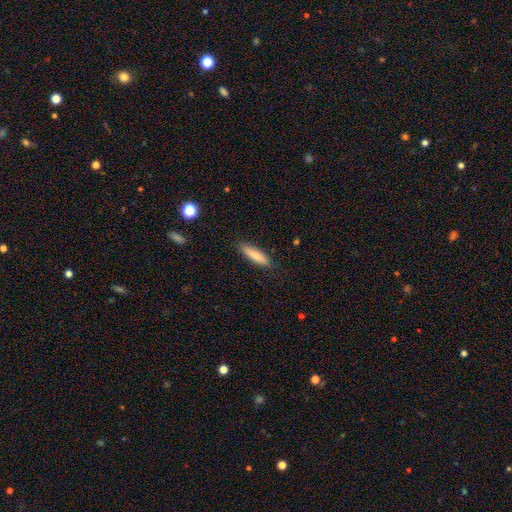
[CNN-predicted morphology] Smooth or featured? Predicted: smooth (p=0.79). How rounded? Predicted: cigar-shaped (p=0.72). Merging? Predicted: none (p=0.87).